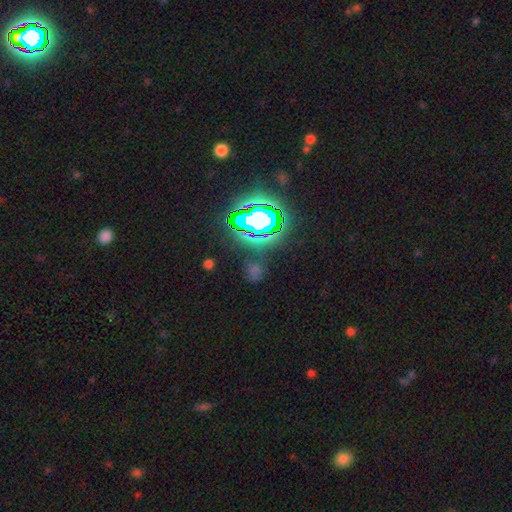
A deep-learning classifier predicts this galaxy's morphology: Smooth or featured? star or artifact (82%)